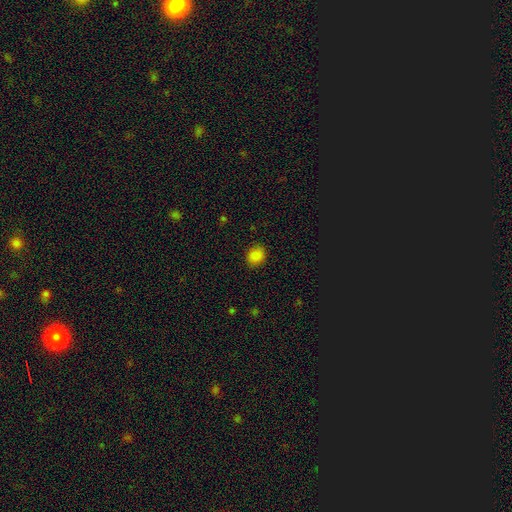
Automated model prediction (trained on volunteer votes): This is clearly a smooth galaxy (85%). How rounded: possibly round (55%). Merging: clearly none (87%).